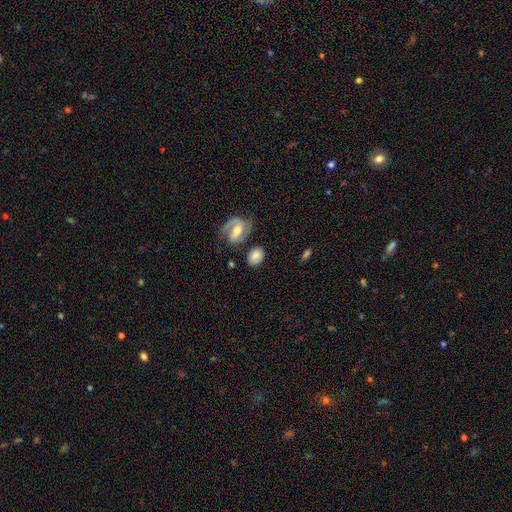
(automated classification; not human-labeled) Smooth or featured?
  - smooth: 72% *
  - featured or disk: 21%
  - star or artifact: 8%
How rounded?
  - in between: 61% *
  - round: 37%
  - cigar-shaped: 2%
Merging?
  - none: 70% *
  - minor disturbance: 16%
  - merger: 8%
  - major disturbance: 6%